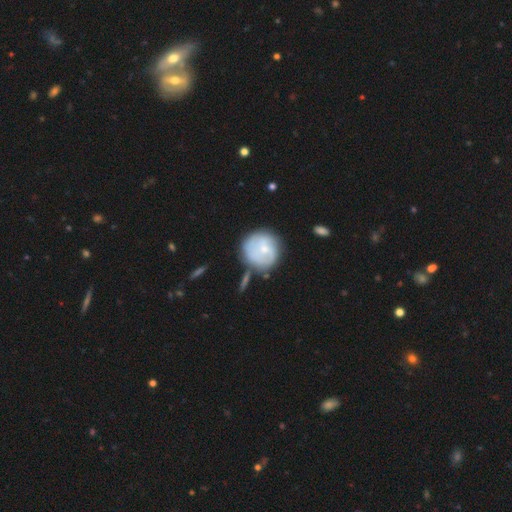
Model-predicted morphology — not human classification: The model was most divided on "smooth or featured": smooth: 55%, featured or disk: 38%, star or artifact: 7%. More confident: how rounded — round (91%); merging — none (63%).